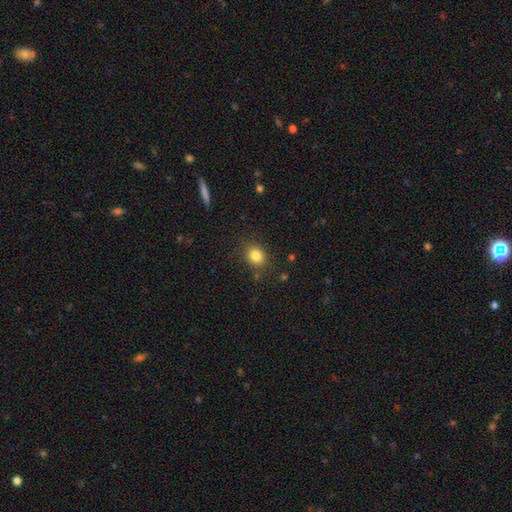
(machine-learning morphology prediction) Smooth or featured? Predicted: smooth (p=0.83). How rounded? Predicted: round (p=0.58). Merging? Predicted: none (p=0.84).